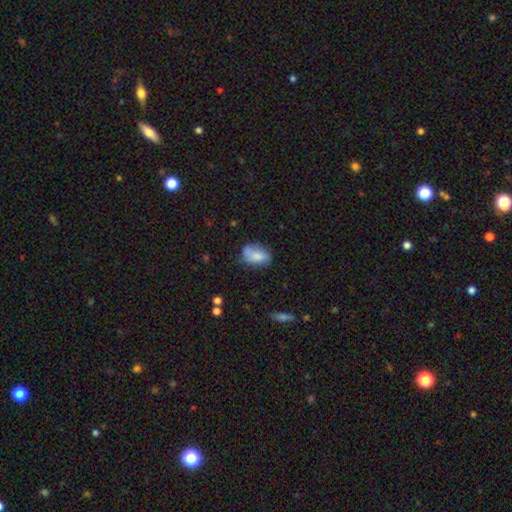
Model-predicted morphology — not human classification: smooth 70%, featured or disk 22%, star or artifact 8%. Down the decision tree: how rounded — in between (84%); merging — none (52%).